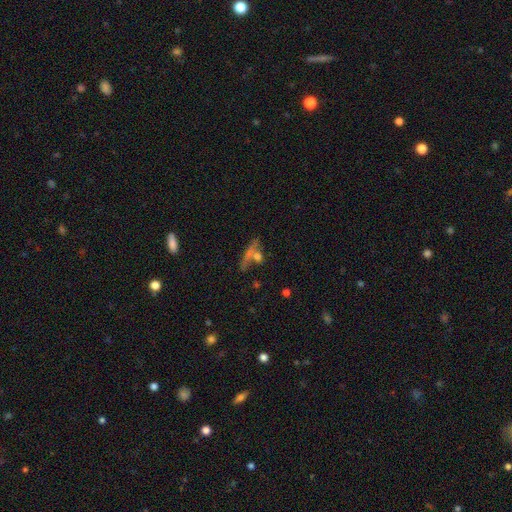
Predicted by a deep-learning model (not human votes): Smooth or featured? Predicted: smooth (p=0.46). Merging? Predicted: none (p=0.53).